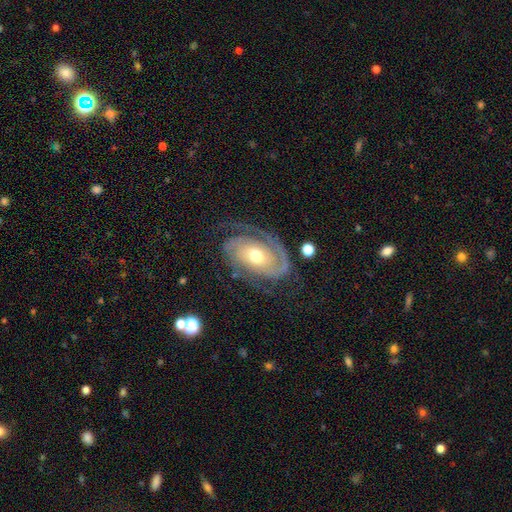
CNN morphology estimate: smooth-or-featured: featured or disk: 89% | smooth: 6% | star or artifact: 5%
  disk-edge-on: no: 96% | yes: 4%
    bar: no: 64% | weak: 26% | strong: 9%
    has-spiral-arms: yes: 97% | no: 3%
      spiral-winding: tight: 55% | medium: 35% | loose: 10%
      spiral-arm-count: 2: 77% | can't tell: 7% | 1: 7% | 3: 5% | 4: 2% | more than 4: 2%
    bulge-size: moderate: 71% | small: 21% | large: 7% | dominant: 1% | none: 1%
  merging: none: 72% | minor disturbance: 15% | major disturbance: 11% | merger: 2%